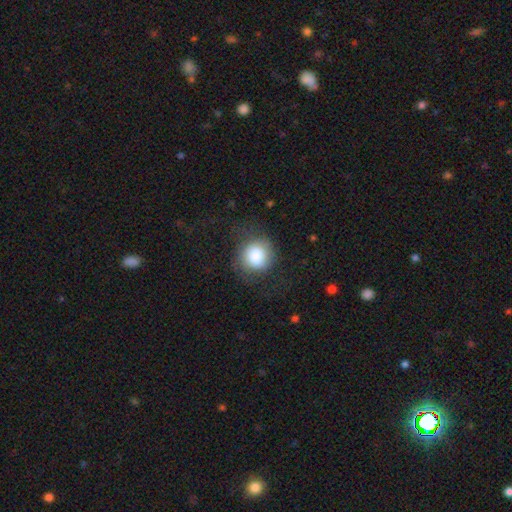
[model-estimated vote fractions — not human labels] Smooth or featured?
  - smooth: 81% *
  - featured or disk: 11%
  - star or artifact: 8%
How rounded?
  - round: 87% *
  - in between: 12%
  - cigar-shaped: 1%
Merging?
  - none: 66% *
  - minor disturbance: 19%
  - major disturbance: 14%
  - merger: 1%